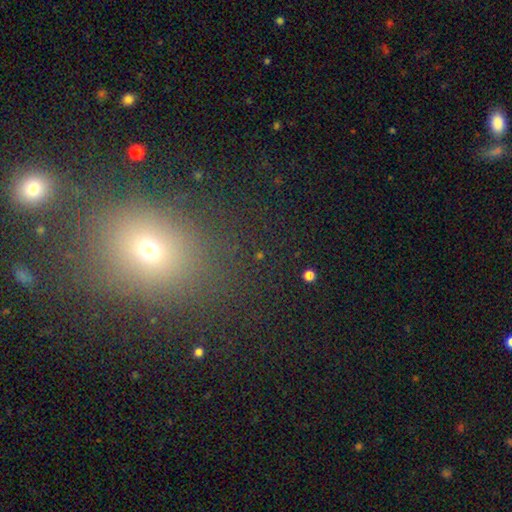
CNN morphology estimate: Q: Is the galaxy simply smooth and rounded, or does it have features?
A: smooth — 53%.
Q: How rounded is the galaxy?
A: round — 60%.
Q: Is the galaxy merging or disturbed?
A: none — 80%.